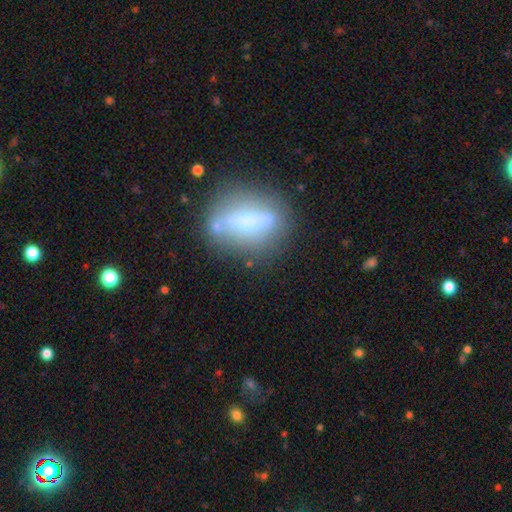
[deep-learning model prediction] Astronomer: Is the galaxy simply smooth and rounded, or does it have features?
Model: featured or disk — 48% (runner-up: smooth, 41%).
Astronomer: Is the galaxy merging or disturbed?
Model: none — 74%.